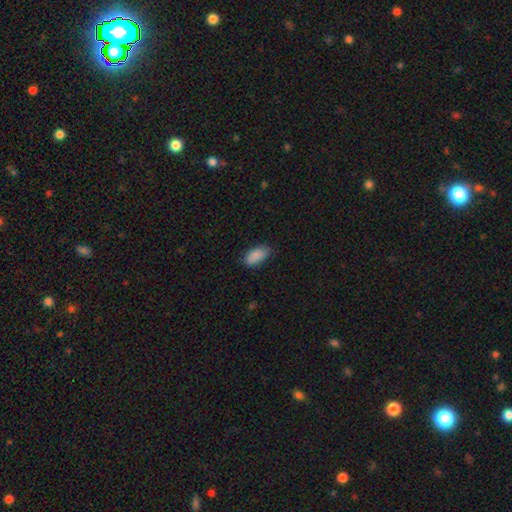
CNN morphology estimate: The model was most divided on "merging": none: 81%, minor disturbance: 15%, major disturbance: 3%, merger: 1%. More confident: how rounded — in between (92%); smooth or featured — smooth (89%).